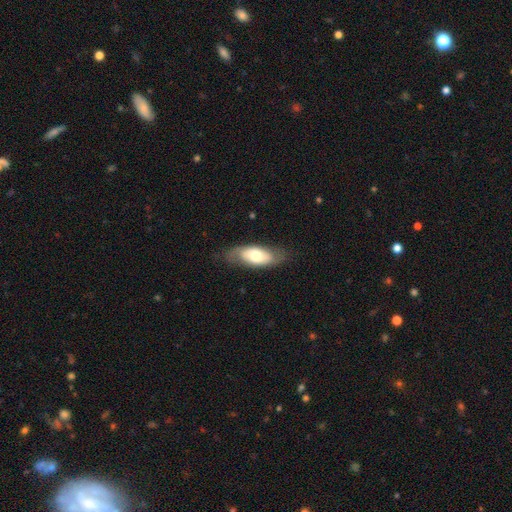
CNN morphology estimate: A smooth galaxy with no disk features (59%) that is in between round and cigar-shaped (84%). Merging: none (73%).